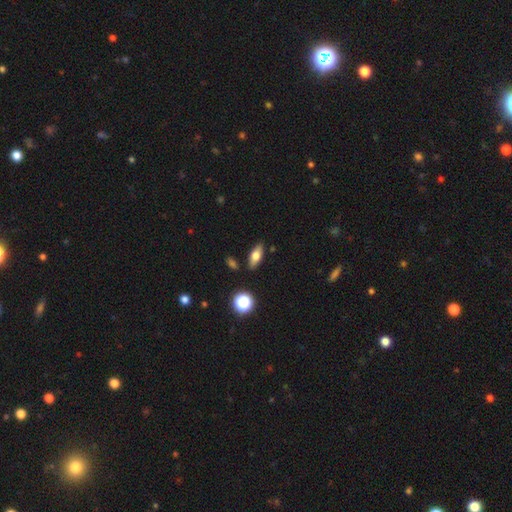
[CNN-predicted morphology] Smooth or featured?
  - smooth: 65% *
  - featured or disk: 26%
  - star or artifact: 9%
How rounded?
  - in between: 74% *
  - cigar-shaped: 20%
  - round: 6%
Merging?
  - none: 86% *
  - minor disturbance: 9%
  - merger: 3%
  - major disturbance: 2%